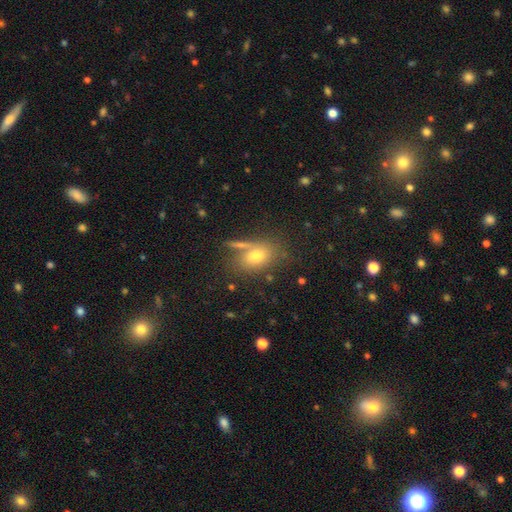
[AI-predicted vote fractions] Smooth or featured?
  - smooth: 72% *
  - featured or disk: 15%
  - star or artifact: 12%
How rounded?
  - in between: 80% *
  - round: 16%
  - cigar-shaped: 4%
Merging?
  - none: 66% *
  - minor disturbance: 15%
  - merger: 13%
  - major disturbance: 6%